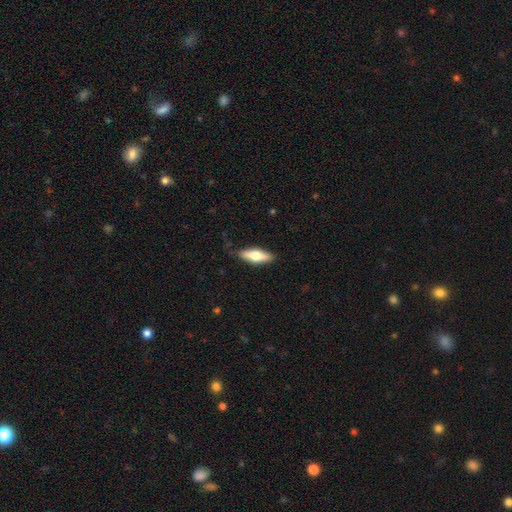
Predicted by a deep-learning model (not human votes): Overall: smooth (59%; featured or disk 35%). How rounded: in between (56%; cigar-shaped 42%). Merging: none (82%).